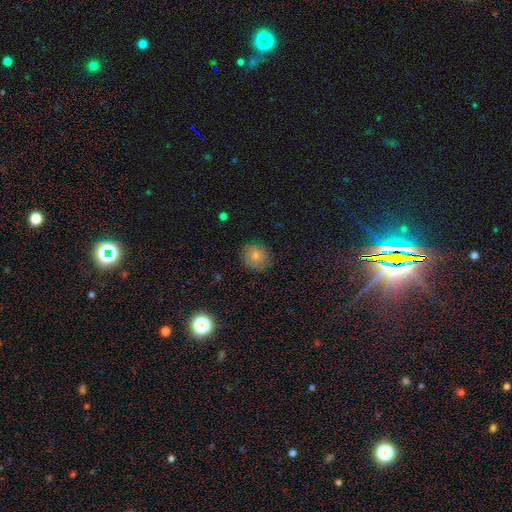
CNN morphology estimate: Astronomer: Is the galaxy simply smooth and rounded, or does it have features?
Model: smooth — 77%.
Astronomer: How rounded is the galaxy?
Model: round — 86%.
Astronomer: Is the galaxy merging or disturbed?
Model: none — 83%.